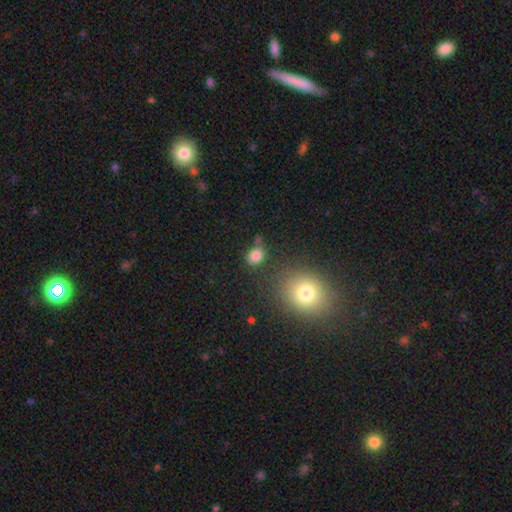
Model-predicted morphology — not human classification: Overall: smooth (82%). How rounded: round (54%; in between 45%). Merging: none (70%).